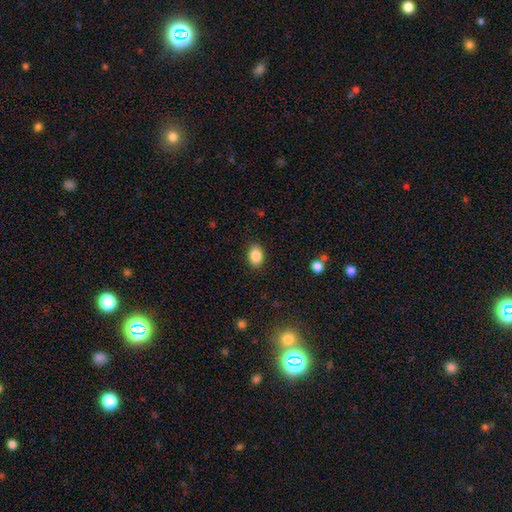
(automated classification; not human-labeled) This appears to be a smooth galaxy with no disk features (87%) that is in between round and cigar-shaped (76%). Merging: none (88%).